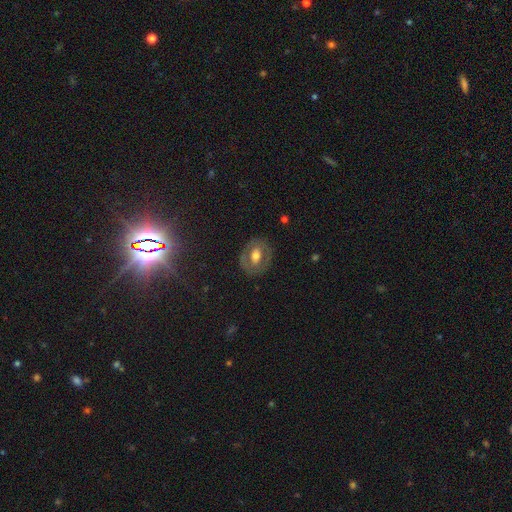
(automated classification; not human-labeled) A featured or disk galaxy (50%).

Vote fractions:
- Smooth or featured? featured or disk: 50% / smooth: 41% / star or artifact: 8%
- Edge-on disk? no: 94% / yes: 6%
- Merging? none: 79% / minor disturbance: 13% / major disturbance: 6% / merger: 1%